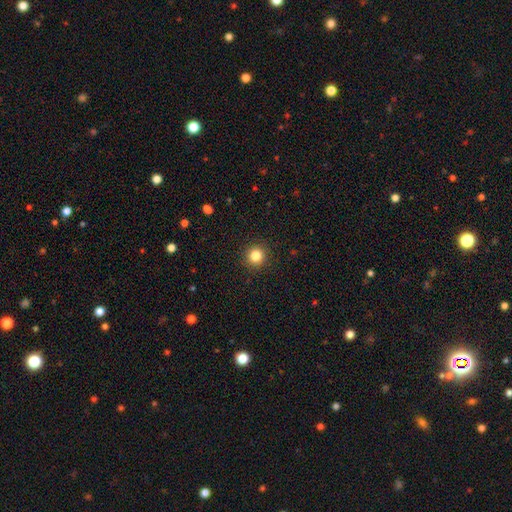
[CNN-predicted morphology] Smooth or featured? Predicted: smooth (p=0.84). How rounded? Predicted: round (p=0.92). Merging? Predicted: none (p=0.92).